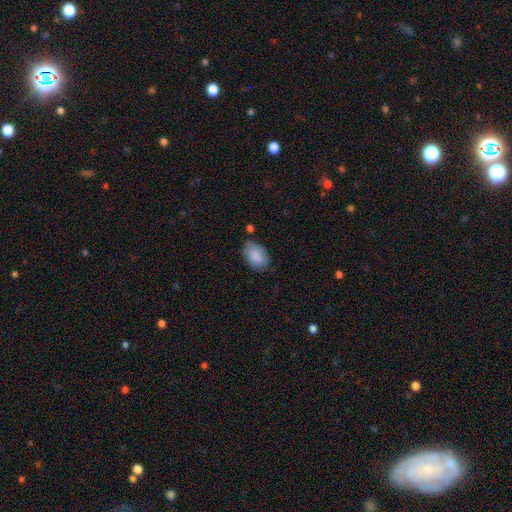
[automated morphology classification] smooth_or_featured: smooth (p=0.87) [alt: featured or disk p=0.07]
how_rounded: in between (p=0.92) [alt: round p=0.07]
merging: none (p=0.73) [alt: minor disturbance p=0.20]